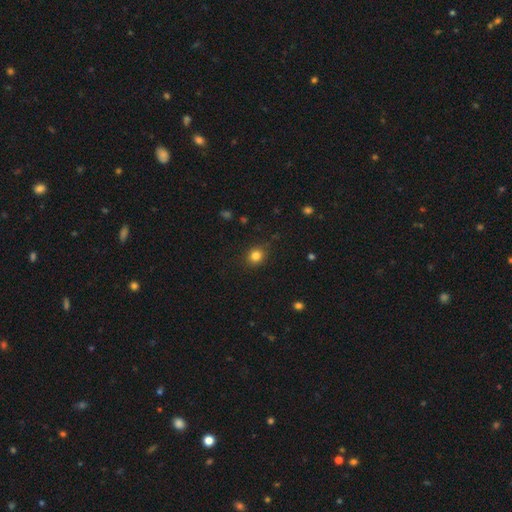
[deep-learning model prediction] This appears to be a smooth galaxy with no disk features (82%) that is round (80%). Merging: none (87%).